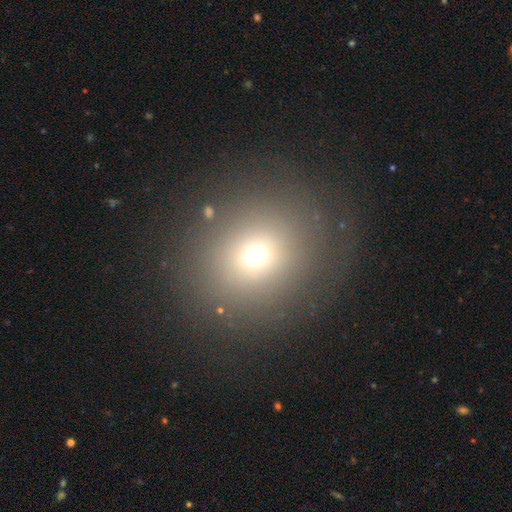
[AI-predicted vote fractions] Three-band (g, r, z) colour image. It shows a smooth galaxy with no disk features (67%) that is round (81%). Merging: none (82%).